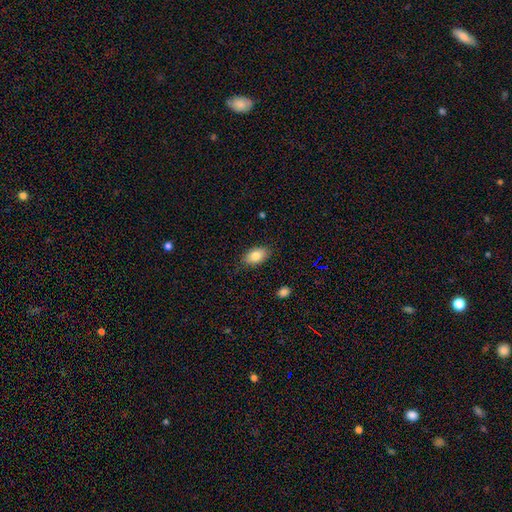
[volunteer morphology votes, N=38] Smooth or featured: smooth — 92% (star or artifact — 5%)
How rounded: in between — 91% (round — 9%)
Merging: none — 89% (minor disturbance — 8%)